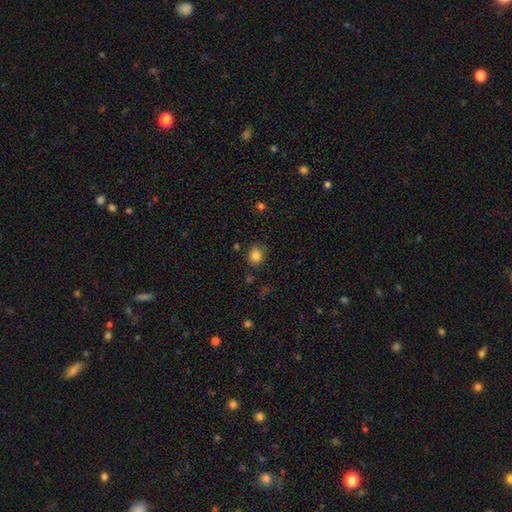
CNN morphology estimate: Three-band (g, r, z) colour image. It shows a smooth galaxy with no disk features (83%) that is round (62%). Merging: none (72%).